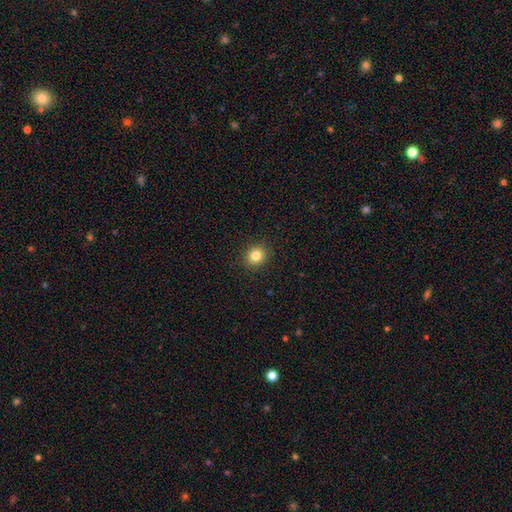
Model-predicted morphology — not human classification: smooth-or-featured: smooth: 83% | star or artifact: 11% | featured or disk: 6%
  how-rounded: round: 82% | in between: 17% | cigar-shaped: 1%
  merging: none: 91% | minor disturbance: 6% | major disturbance: 2% | merger: 1%